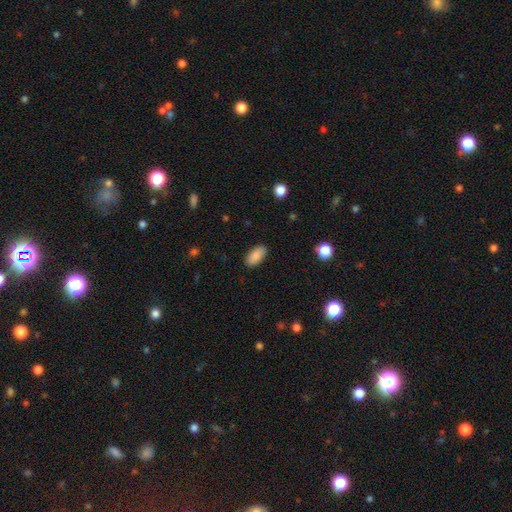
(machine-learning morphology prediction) This is clearly a smooth galaxy (88%). How rounded: clearly in between (92%). Merging: clearly none (88%).